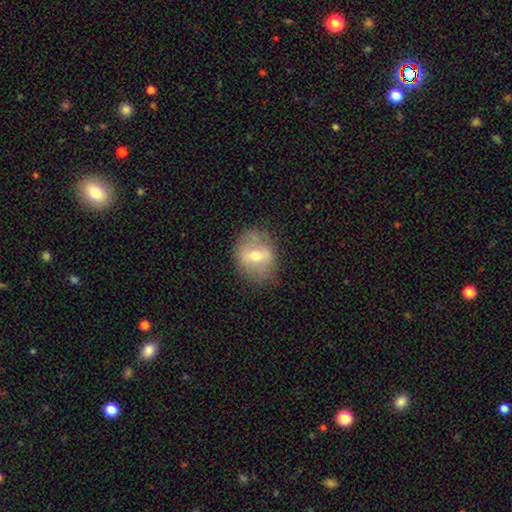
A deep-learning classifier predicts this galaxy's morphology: Smooth or featured? Predicted: featured or disk (p=0.53). Edge-on disk? Predicted: no (p=0.86). Merging? Predicted: none (p=0.80).